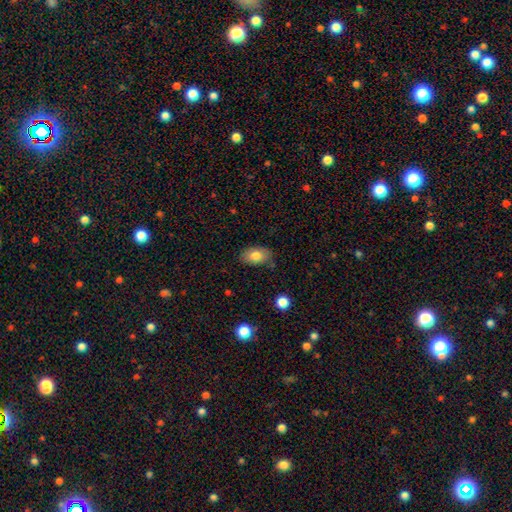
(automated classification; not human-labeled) smooth_or_featured: smooth (p=0.79) [alt: featured or disk p=0.14]
how_rounded: in between (p=0.91) [alt: round p=0.08]
merging: none (p=0.77) [alt: minor disturbance p=0.17]